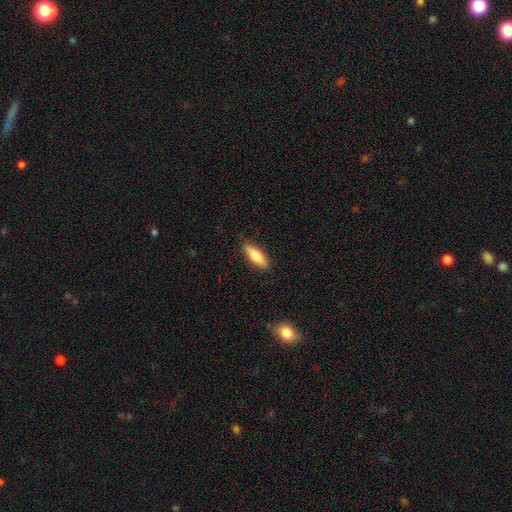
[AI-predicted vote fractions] A smooth galaxy with no disk features (74%) that is in between round and cigar-shaped (55%).

Vote fractions:
- Smooth or featured? smooth: 74% / featured or disk: 20% / star or artifact: 6%
- How rounded? in between: 55% / cigar-shaped: 43% / round: 2%
- Merging? none: 85% / minor disturbance: 12% / major disturbance: 2% / merger: 1%